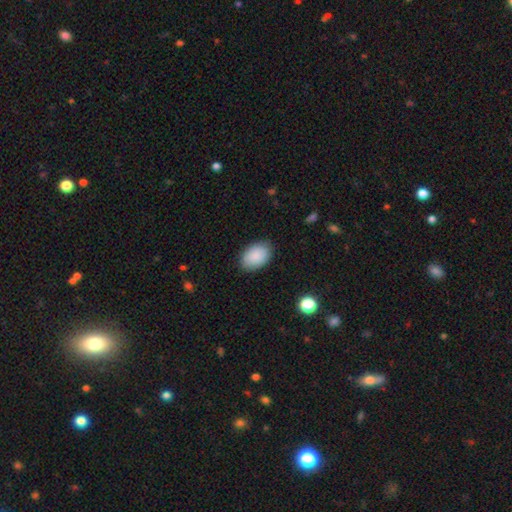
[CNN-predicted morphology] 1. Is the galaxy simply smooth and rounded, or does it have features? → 89% smooth, 6% star or artifact, 5% featured or disk.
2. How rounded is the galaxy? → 90% in between, 9% round, 1% cigar-shaped.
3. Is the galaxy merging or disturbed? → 84% none, 12% minor disturbance, 3% major disturbance, 1% merger.